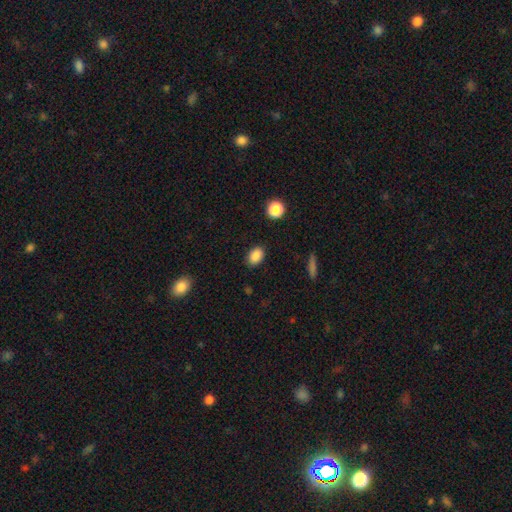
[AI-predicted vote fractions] A smooth galaxy with no disk features (87%) that is in between round and cigar-shaped (78%).

Vote fractions:
- Smooth or featured? smooth: 87% / star or artifact: 9% / featured or disk: 4%
- How rounded? in between: 78% / round: 21% / cigar-shaped: 1%
- Merging? none: 87% / minor disturbance: 9% / major disturbance: 3% / merger: 1%